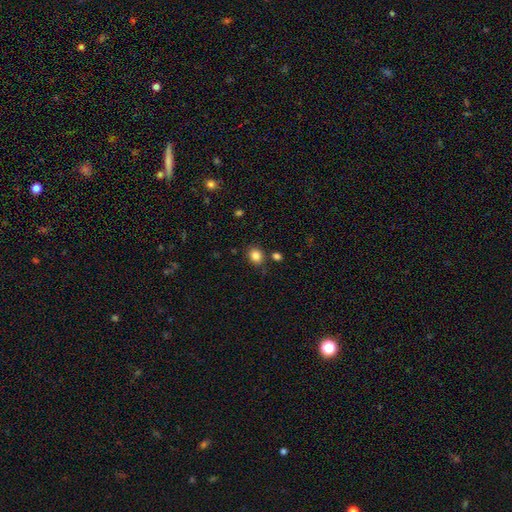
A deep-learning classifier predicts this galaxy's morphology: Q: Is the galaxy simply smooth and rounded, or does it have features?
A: smooth — 84%.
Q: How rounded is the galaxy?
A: round — 66%.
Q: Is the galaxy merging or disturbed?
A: none — 83%.